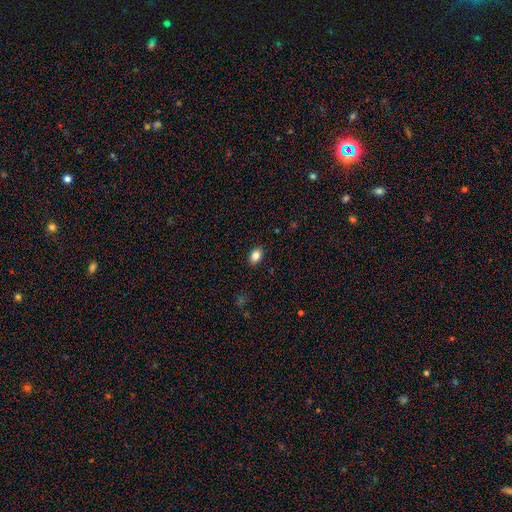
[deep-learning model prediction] smooth 85%, star or artifact 9%, featured or disk 6%. Down the decision tree: how rounded — in between (82%); merging — none (89%).